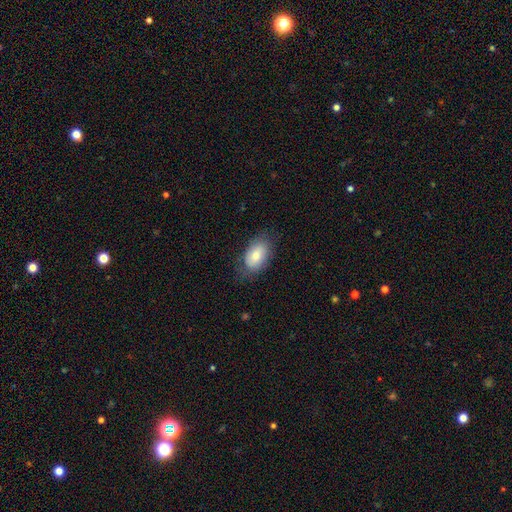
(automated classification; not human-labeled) A smooth galaxy with no disk features (81%) that is in between round and cigar-shaped (92%). Merging: none (71%).